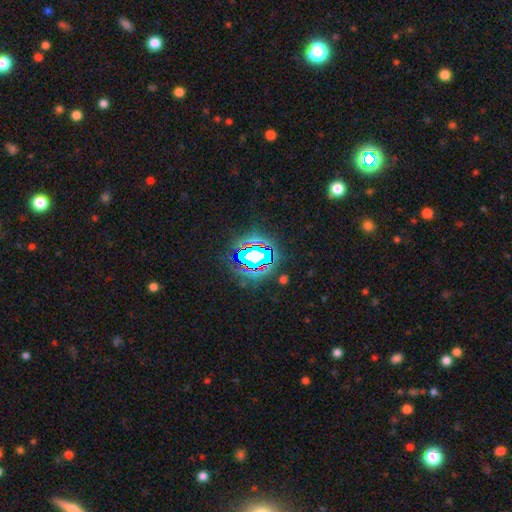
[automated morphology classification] Smooth or featured: star or artifact — 77% (smooth — 13%)